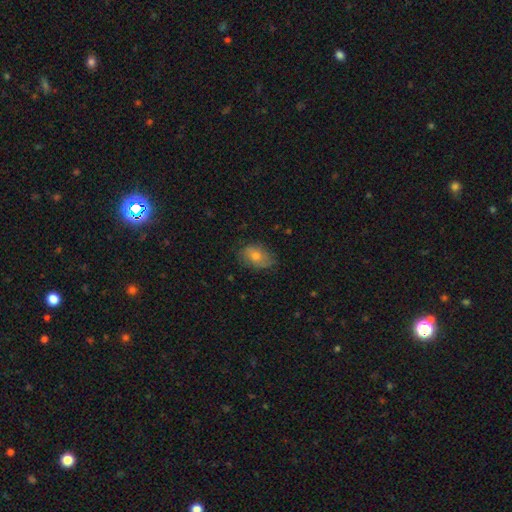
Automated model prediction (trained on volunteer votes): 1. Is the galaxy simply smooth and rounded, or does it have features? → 70% smooth, 20% featured or disk, 10% star or artifact.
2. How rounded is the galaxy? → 81% in between, 17% round, 2% cigar-shaped.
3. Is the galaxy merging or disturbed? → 75% none, 19% minor disturbance, 4% major disturbance, 1% merger.